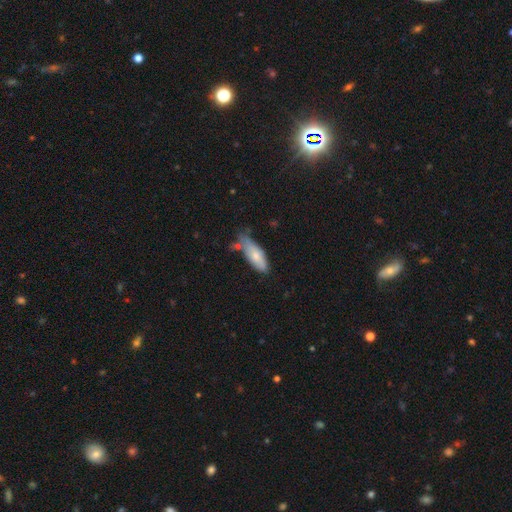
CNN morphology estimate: smooth-or-featured: smooth: 74% | featured or disk: 20% | star or artifact: 6%
  how-rounded: in between: 67% | cigar-shaped: 31% | round: 2%
  merging: none: 50% | minor disturbance: 33% | merger: 9% | major disturbance: 8%